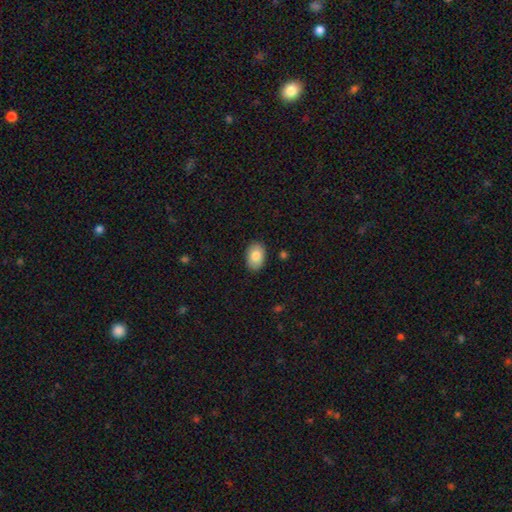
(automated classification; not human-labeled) Smooth or featured? Predicted: smooth (p=0.83). How rounded? Predicted: in between (p=0.87). Merging? Predicted: none (p=0.88).